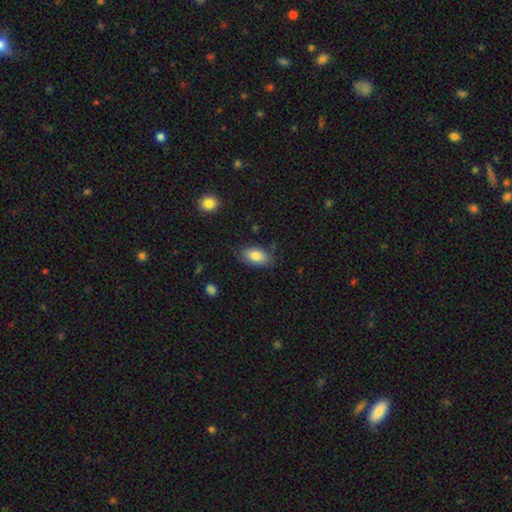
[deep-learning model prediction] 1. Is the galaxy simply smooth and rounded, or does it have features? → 82% smooth, 10% featured or disk, 7% star or artifact.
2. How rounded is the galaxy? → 92% in between, 6% round, 2% cigar-shaped.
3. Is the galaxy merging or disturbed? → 80% none, 15% minor disturbance, 3% major disturbance, 2% merger.